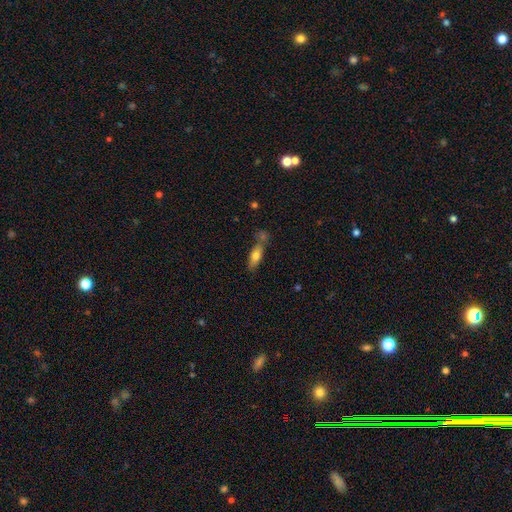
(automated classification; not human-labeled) This is likely a smooth galaxy (70%). How rounded: likely in between (62%). Merging: possibly none (58%).